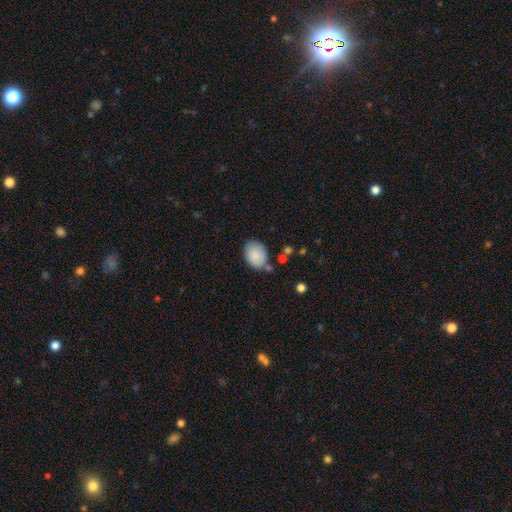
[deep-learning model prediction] Q: Smooth or featured?
A: smooth (87%); runner-up: star or artifact (7%)
Q: How rounded?
A: in between (66%); runner-up: round (33%)
Q: Merging?
A: none (69%); runner-up: minor disturbance (20%)